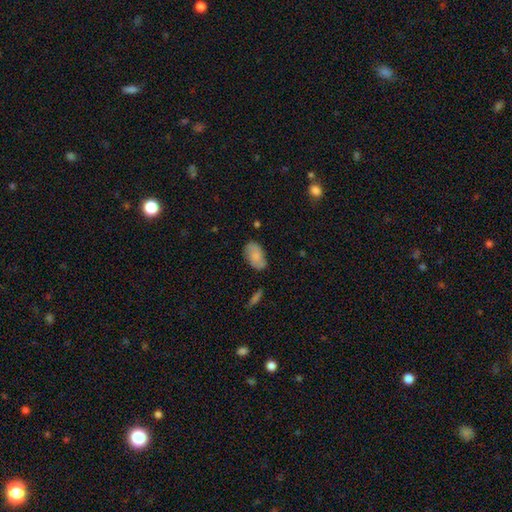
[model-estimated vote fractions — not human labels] Overall: smooth (77%). How rounded: in between (93%). Merging: none (74%).